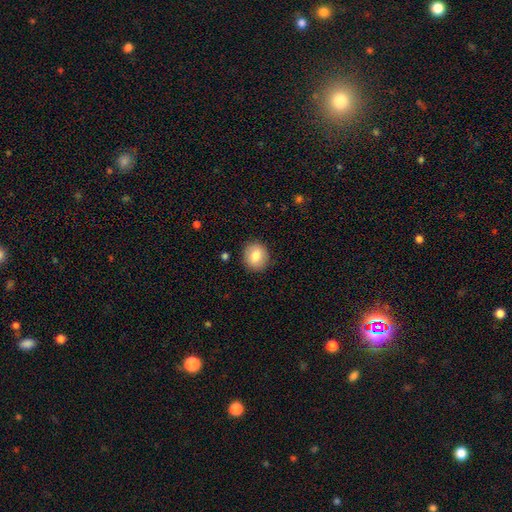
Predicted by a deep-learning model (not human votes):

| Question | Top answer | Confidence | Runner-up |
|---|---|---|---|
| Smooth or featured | smooth | 79% | featured or disk (13%) |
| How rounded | round | 83% | in between (16%) |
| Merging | none | 89% | minor disturbance (7%) |